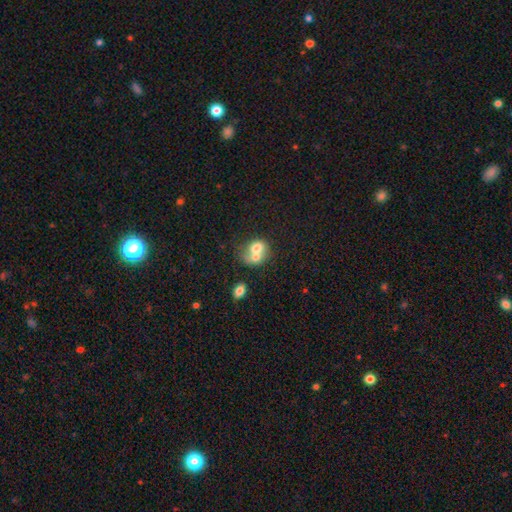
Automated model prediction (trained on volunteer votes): Smooth or featured? Predicted: smooth (p=0.65). How rounded? Predicted: round (p=0.54). Merging? Predicted: merger (p=0.72).